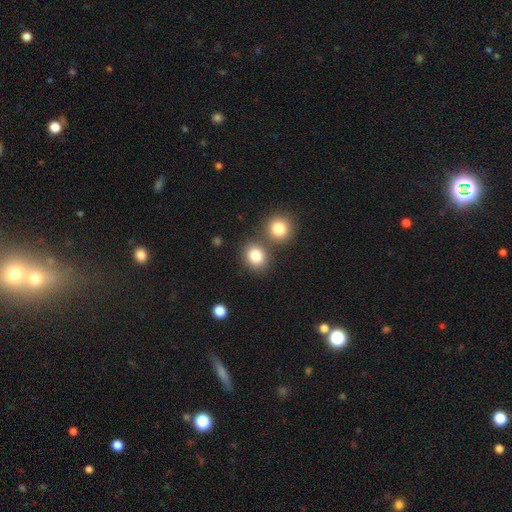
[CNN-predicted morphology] Smooth or featured: smooth — 83% (star or artifact — 10%)
How rounded: round — 70% (in between — 29%)
Merging: none — 66% (merger — 23%)